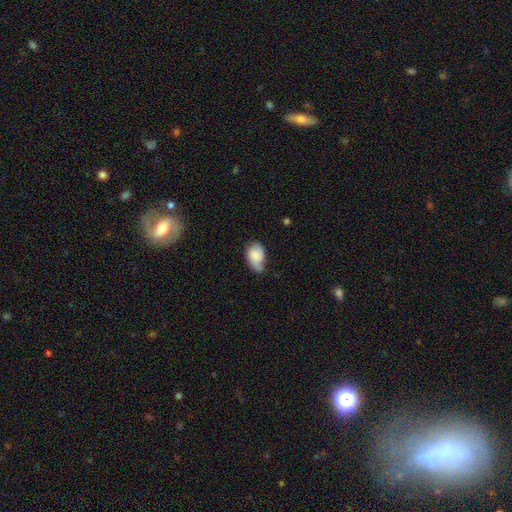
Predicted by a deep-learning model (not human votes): Smooth or featured?
  - smooth: 72% *
  - featured or disk: 21%
  - star or artifact: 8%
How rounded?
  - in between: 86% *
  - round: 13%
  - cigar-shaped: 1%
Merging?
  - minor disturbance: 44% *
  - none: 39%
  - major disturbance: 14%
  - merger: 3%